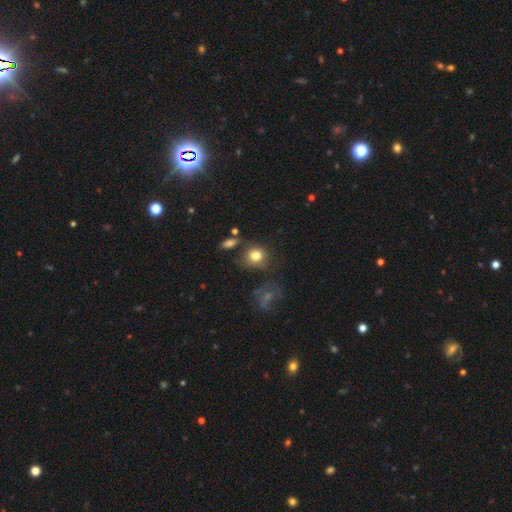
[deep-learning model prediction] This is clearly a smooth galaxy (80%). How rounded: likely round (75%). Merging: likely none (66%).